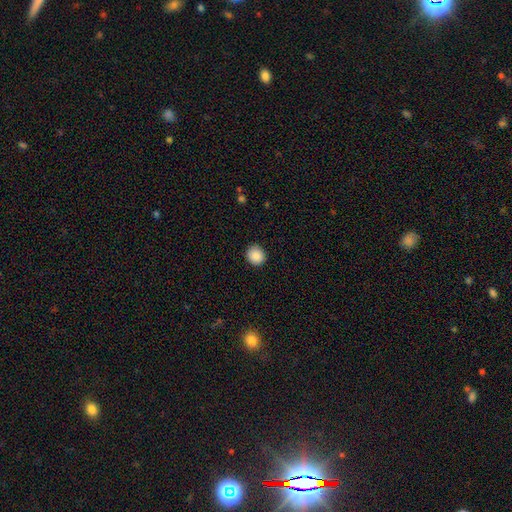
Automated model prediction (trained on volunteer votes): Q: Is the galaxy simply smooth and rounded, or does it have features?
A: smooth — 88%.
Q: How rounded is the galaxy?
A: round — 86%.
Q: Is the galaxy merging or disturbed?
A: none — 90%.